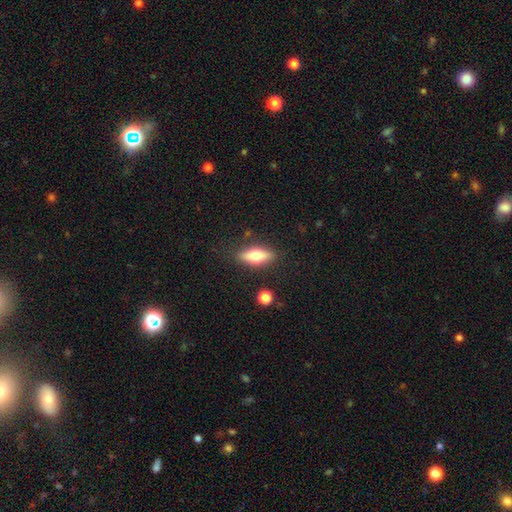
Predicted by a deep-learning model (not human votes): Smooth or featured? Predicted: smooth (p=0.61). How rounded? Predicted: in between (p=0.65). Merging? Predicted: none (p=0.84).